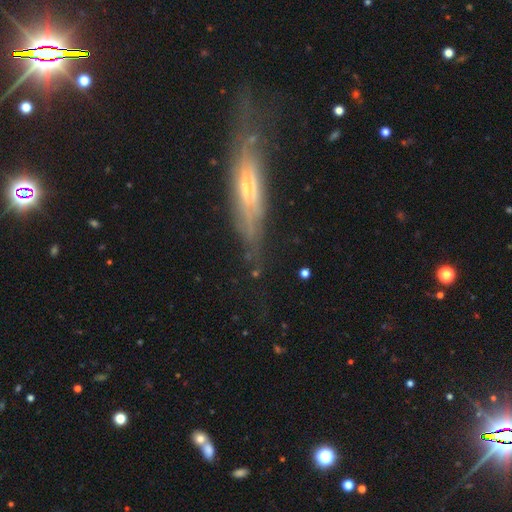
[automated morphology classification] Smooth or featured: featured or disk — 61% (smooth — 26%)
Edge-on disk: yes — 71% (no — 29%)
Merging: none — 72% (minor disturbance — 19%)